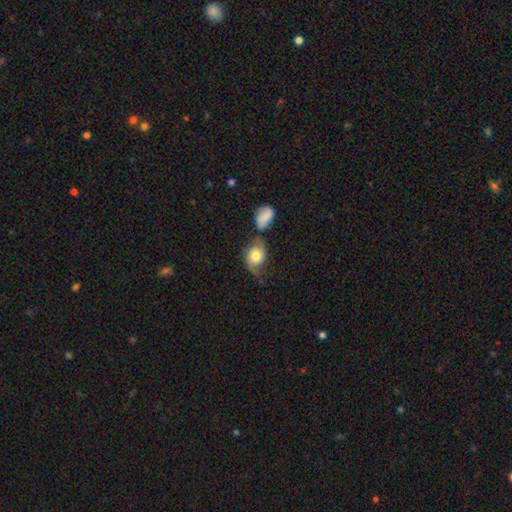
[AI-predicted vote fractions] A smooth galaxy with no disk features (61%) that is in between round and cigar-shaped (56%).

Vote fractions:
- Smooth or featured? smooth: 61% / featured or disk: 31% / star or artifact: 8%
- How rounded? in between: 56% / round: 43% / cigar-shaped: 2%
- Merging? none: 32% / merger: 25% / minor disturbance: 23% / major disturbance: 20%